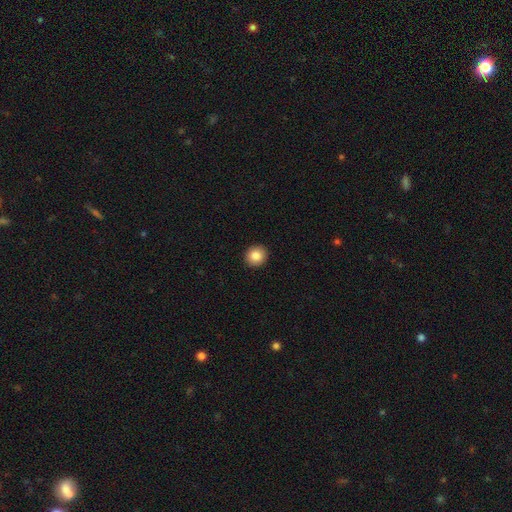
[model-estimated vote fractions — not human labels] A smooth galaxy with no disk features (86%) that is round (89%).

Vote fractions:
- Smooth or featured? smooth: 86% / star or artifact: 9% / featured or disk: 5%
- How rounded? round: 89% / in between: 10% / cigar-shaped: 1%
- Merging? none: 93% / minor disturbance: 5% / major disturbance: 1% / merger: 1%